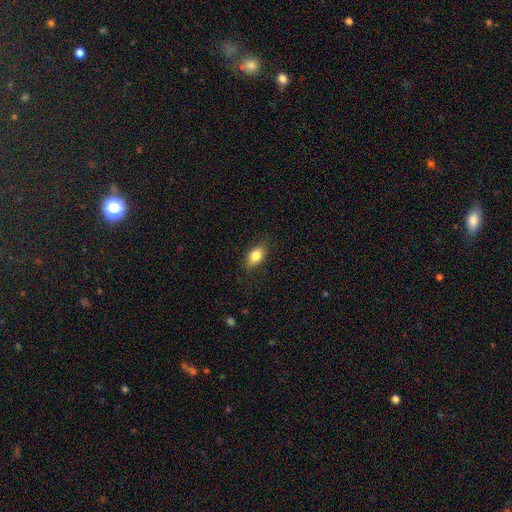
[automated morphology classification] A smooth galaxy with no disk features (82%) that is in between round and cigar-shaped (87%). Merging: none (82%).